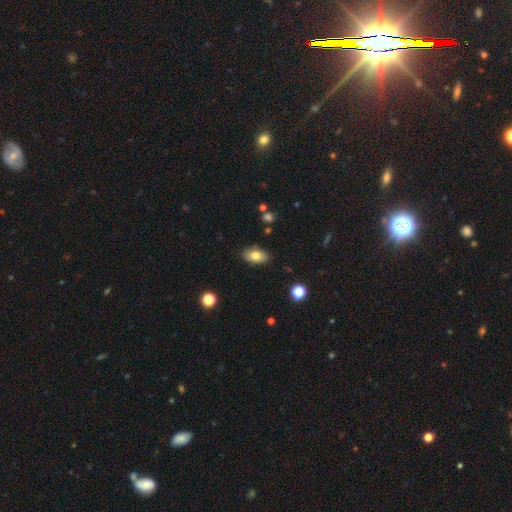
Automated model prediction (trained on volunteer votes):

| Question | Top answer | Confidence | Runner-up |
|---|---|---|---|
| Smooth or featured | smooth | 78% | featured or disk (14%) |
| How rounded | in between | 92% | round (6%) |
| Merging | none | 85% | minor disturbance (11%) |